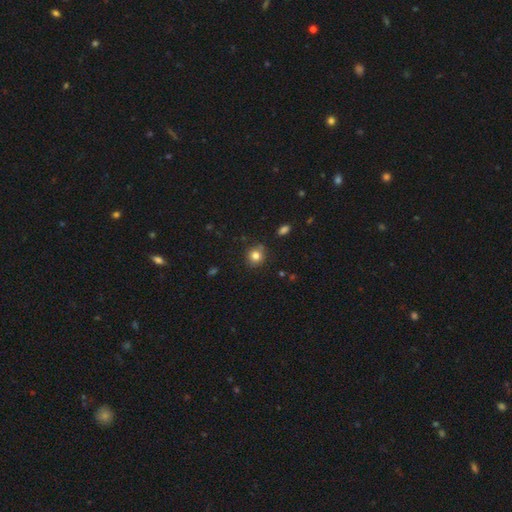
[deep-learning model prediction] A smooth galaxy with no disk features (81%) that is round (86%). Merging: none (82%).